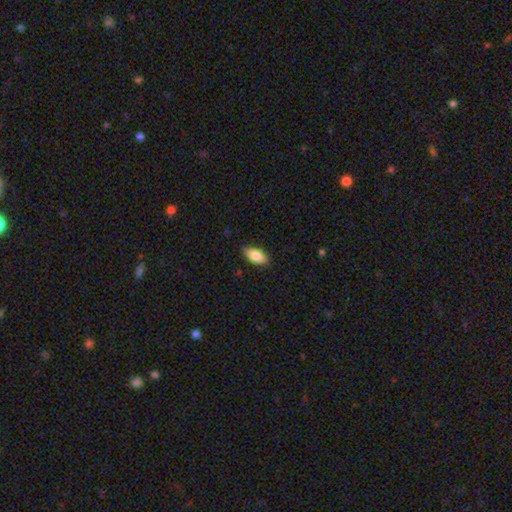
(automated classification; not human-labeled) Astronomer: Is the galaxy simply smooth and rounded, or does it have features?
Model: smooth — 83%.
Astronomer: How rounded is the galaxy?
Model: in between — 90%.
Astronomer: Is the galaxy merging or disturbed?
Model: none — 86%.